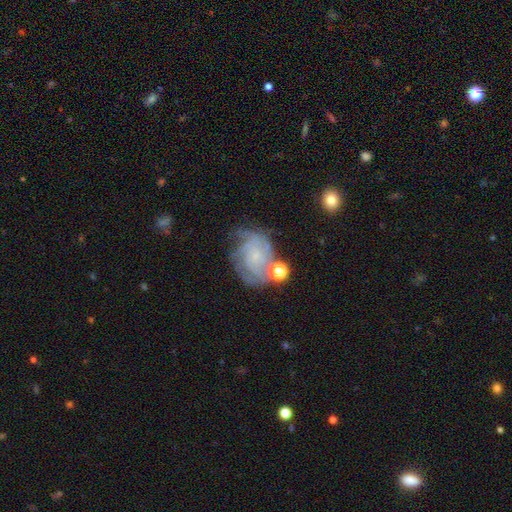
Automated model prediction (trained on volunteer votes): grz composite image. It shows a featured or disk galaxy (77%) with no bar (76%), tight (61%) spiral arms (93%) and a small central bulge (73%). Merging: none (56%).